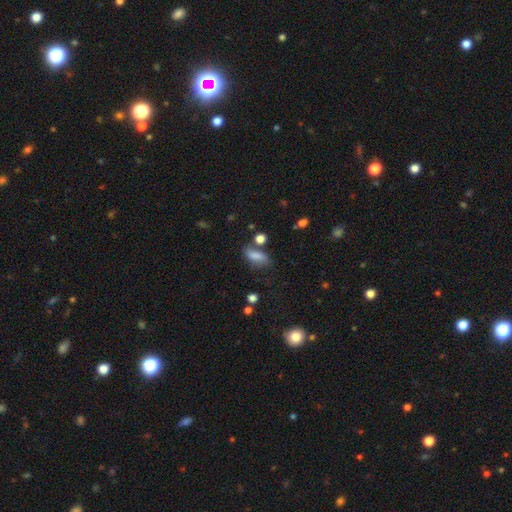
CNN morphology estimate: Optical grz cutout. It shows a smooth galaxy with no disk features (77%) that is in between round and cigar-shaped (77%). Merging: none (55%).